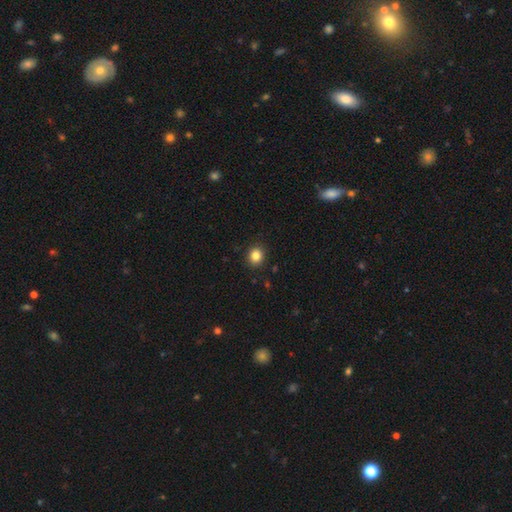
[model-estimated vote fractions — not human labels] smooth 84%, star or artifact 11%, featured or disk 5%. Down the decision tree: how rounded — round (80%); merging — none (90%).